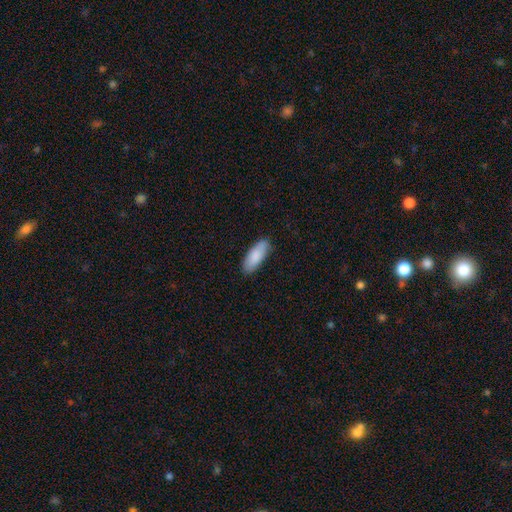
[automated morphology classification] Q: Smooth or featured?
A: smooth (87%); runner-up: featured or disk (8%)
Q: How rounded?
A: in between (76%); runner-up: cigar-shaped (23%)
Q: Merging?
A: none (85%); runner-up: minor disturbance (12%)